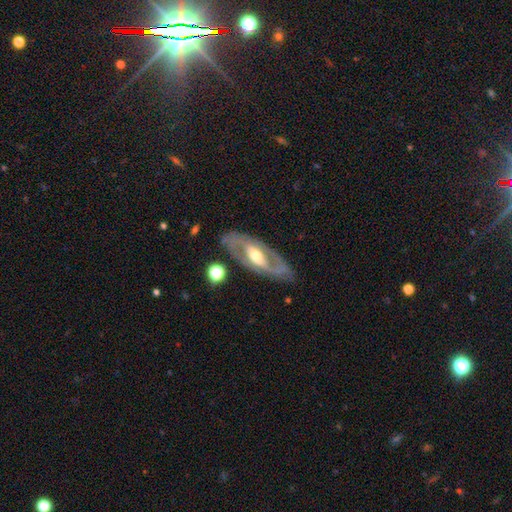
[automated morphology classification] This is clearly a featured or disk galaxy (83%). It is clearly not viewed edge-on (89%). Bar: marginally weak (36%). Spiral arm pattern: likely yes (77%). Spiral arm count: clearly 2 (85%). Spiral winding: possibly medium (49%). Central bulge: likely moderate (66%). Merging: clearly none (82%).